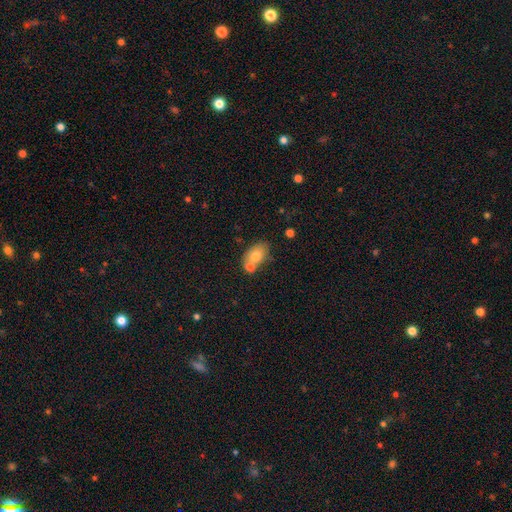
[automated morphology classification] smooth 74%, featured or disk 17%, star or artifact 9%. Down the decision tree: how rounded — in between (82%); merging — none (46%).